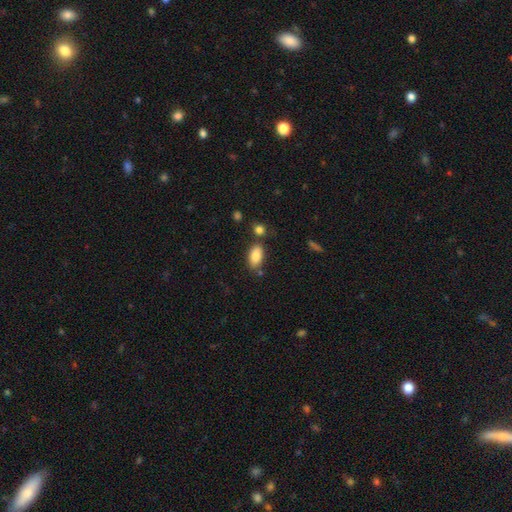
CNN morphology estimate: smooth_or_featured: smooth (p=0.85) [alt: featured or disk p=0.07]
how_rounded: in between (p=0.92) [alt: cigar-shaped p=0.04]
merging: none (p=0.75) [alt: minor disturbance p=0.13]